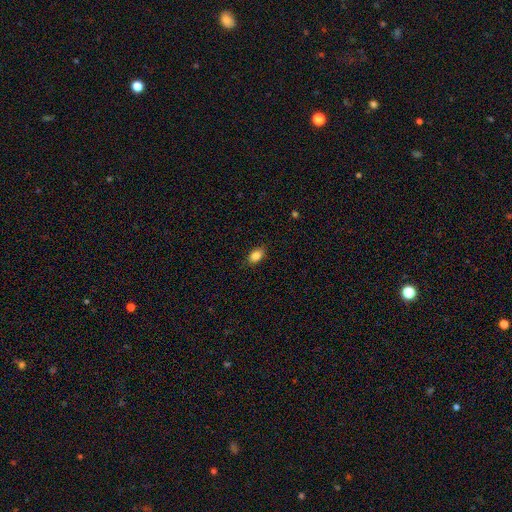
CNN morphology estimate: A smooth galaxy with no disk features (85%) that is in between round and cigar-shaped (84%). Merging: none (84%).